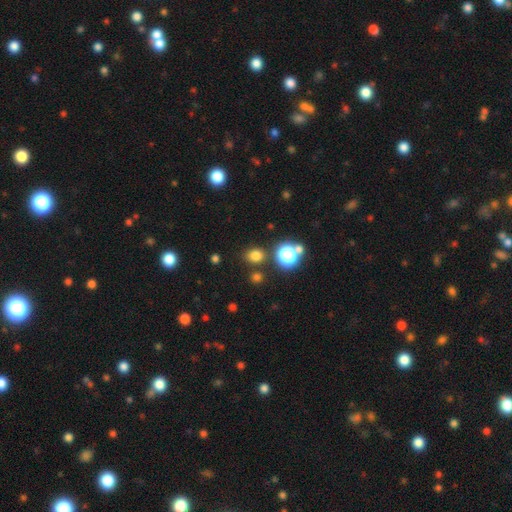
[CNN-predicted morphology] This is likely a smooth galaxy (74%). How rounded: likely round (73%). Merging: clearly none (81%).